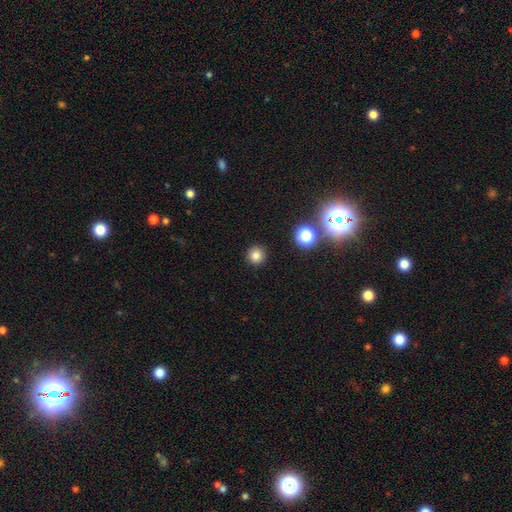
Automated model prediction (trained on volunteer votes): smooth_or_featured: smooth (p=0.80) [alt: star or artifact p=0.15]
how_rounded: round (p=0.94) [alt: in between p=0.05]
merging: none (p=0.91) [alt: minor disturbance p=0.05]